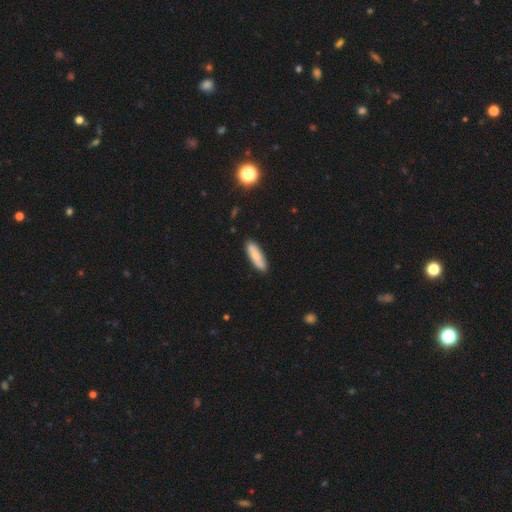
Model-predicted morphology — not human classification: A smooth galaxy with no disk features (75%) that is cigar-shaped (56%). Merging: none (86%).